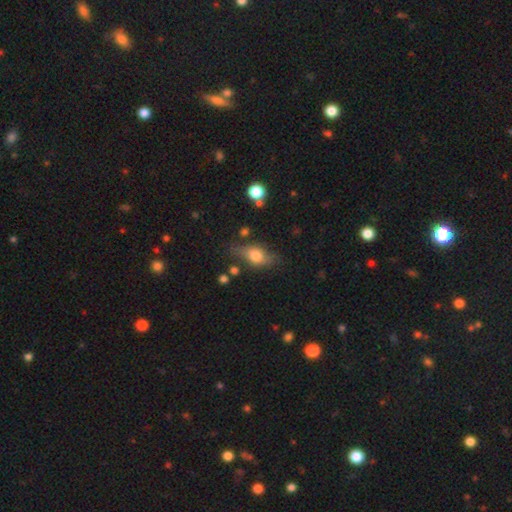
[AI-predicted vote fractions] Overall: smooth (64%; featured or disk 28%). How rounded: in between (76%). Merging: none (66%).